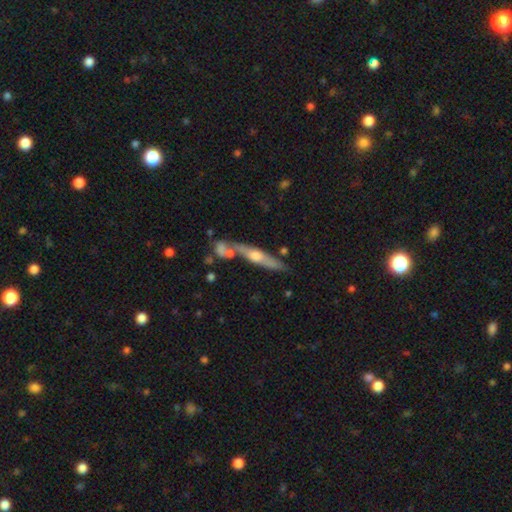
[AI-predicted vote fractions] smooth-or-featured: featured or disk: 69% | smooth: 24% | star or artifact: 7%
  disk-edge-on: yes: 89% | no: 11%
    edge-on-bulge: rounded: 85% | none: 10% | boxy: 5%
  merging: none: 65% | merger: 16% | minor disturbance: 15% | major disturbance: 4%